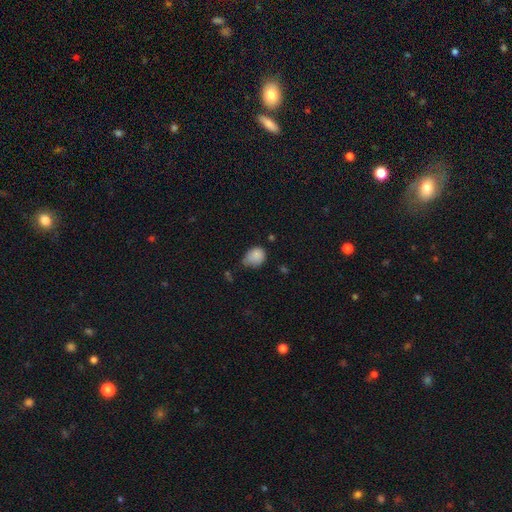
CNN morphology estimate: Q: Smooth or featured?
A: smooth (85%); runner-up: star or artifact (9%)
Q: How rounded?
A: round (52%); runner-up: in between (47%)
Q: Merging?
A: minor disturbance (44%); runner-up: none (40%)